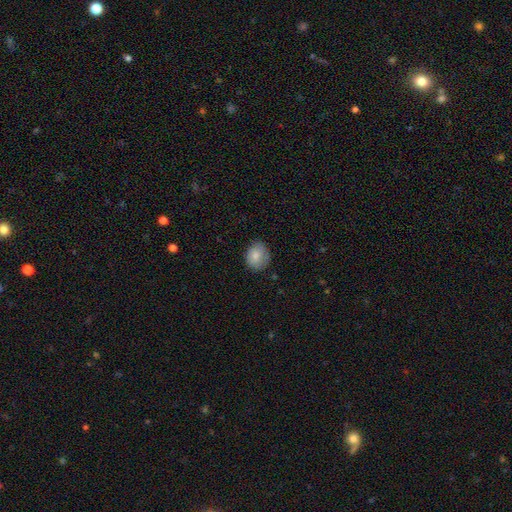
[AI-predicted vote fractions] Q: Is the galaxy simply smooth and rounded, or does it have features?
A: smooth — 82%.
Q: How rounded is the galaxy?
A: round — 64%.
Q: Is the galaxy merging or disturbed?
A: none — 76%.